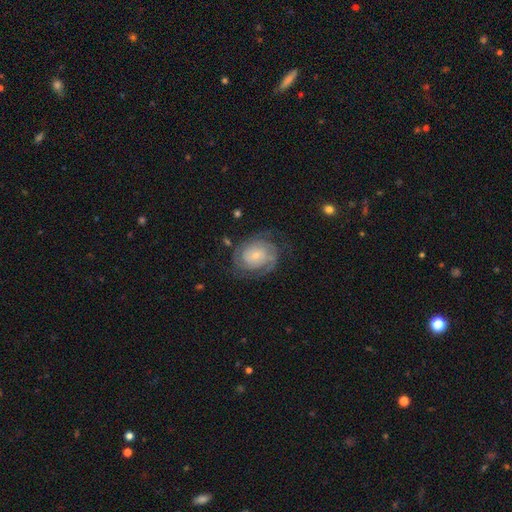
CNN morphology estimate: A featured or disk galaxy (80%) with no bar (68%), 2 (38%) tight (60%) spiral arms (93%) and a small central bulge (72%). Merging: none (66%).